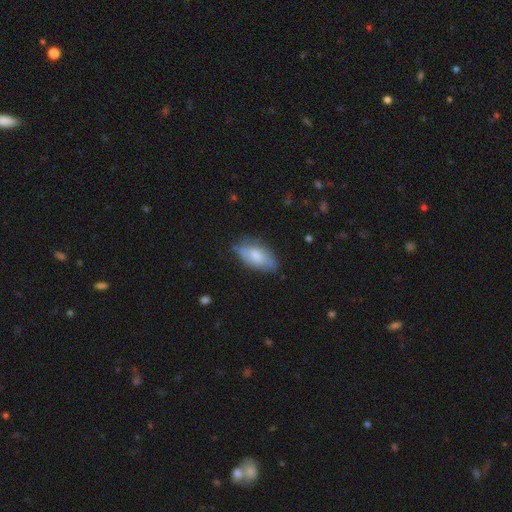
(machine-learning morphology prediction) Smooth or featured? smooth (65%)
How rounded? in between (91%)
Merging? none (64%)